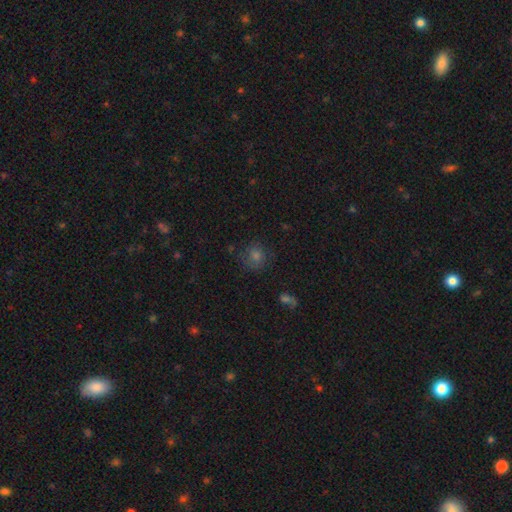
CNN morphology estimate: type=smooth (64%); roundness=round (85%); merging=none (73%).